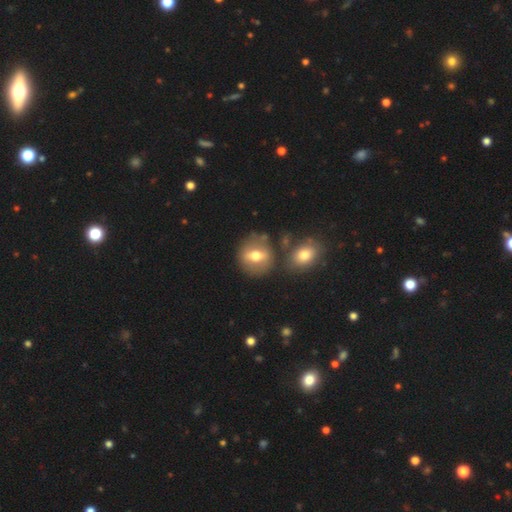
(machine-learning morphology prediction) smooth-or-featured: smooth: 49% | featured or disk: 43% | star or artifact: 8%
  merging: none: 72% | merger: 13% | minor disturbance: 11% | major disturbance: 4%